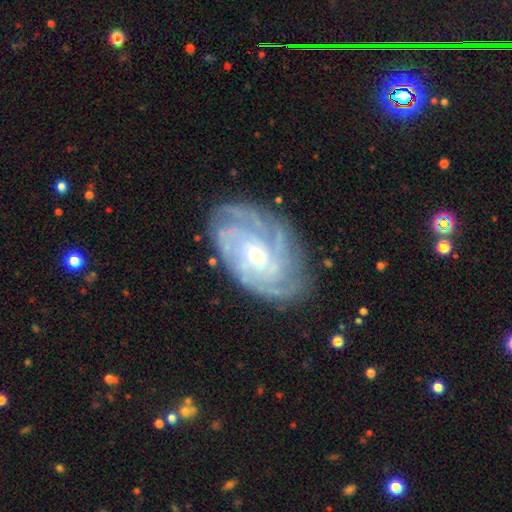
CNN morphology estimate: A featured or disk galaxy (88%) with no bar (60%), 4 (27%) tight (74%) spiral arms (97%) and a moderate central bulge (49%). Merging: none (79%).